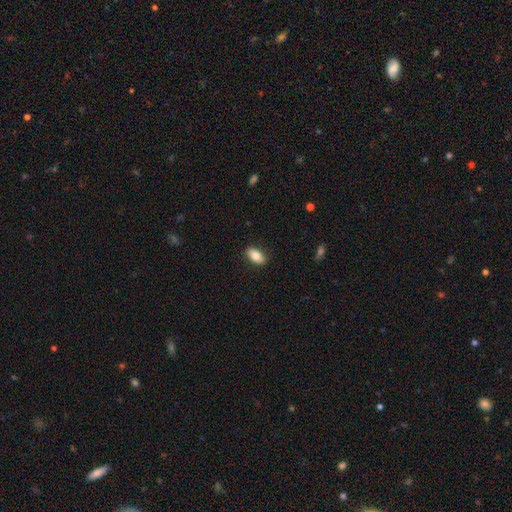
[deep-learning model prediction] Overall: smooth (80%). How rounded: in between (91%). Merging: none (87%).